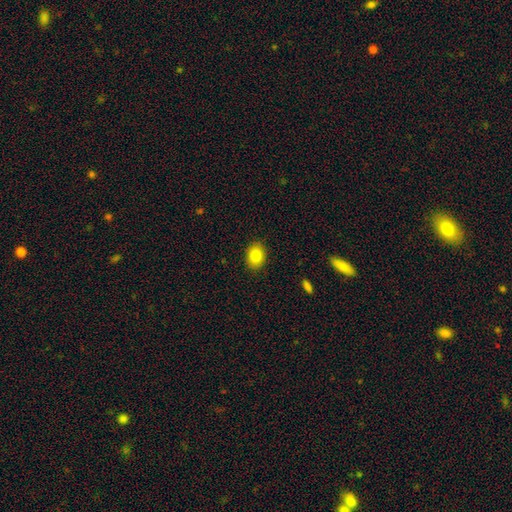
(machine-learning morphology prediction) A smooth galaxy with no disk features (84%) that is in between round and cigar-shaped (67%).

Vote fractions:
- Smooth or featured? smooth: 84% / star or artifact: 9% / featured or disk: 7%
- How rounded? in between: 67% / round: 32% / cigar-shaped: 1%
- Merging? none: 89% / minor disturbance: 8% / major disturbance: 2% / merger: 1%